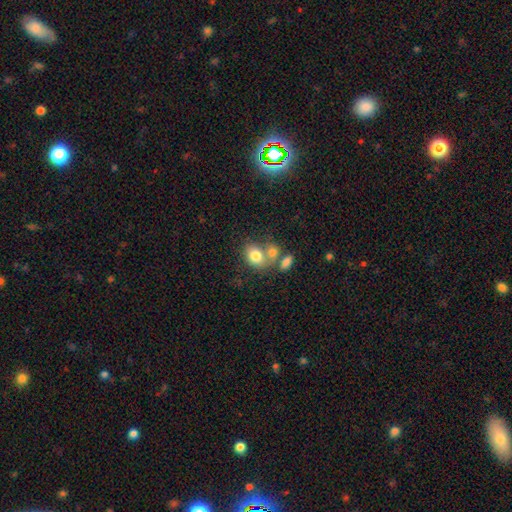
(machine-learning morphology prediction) smooth_or_featured: smooth (p=0.78) [alt: featured or disk p=0.13]
how_rounded: in between (p=0.60) [alt: round p=0.39]
merging: none (p=0.41) [alt: merger p=0.40]